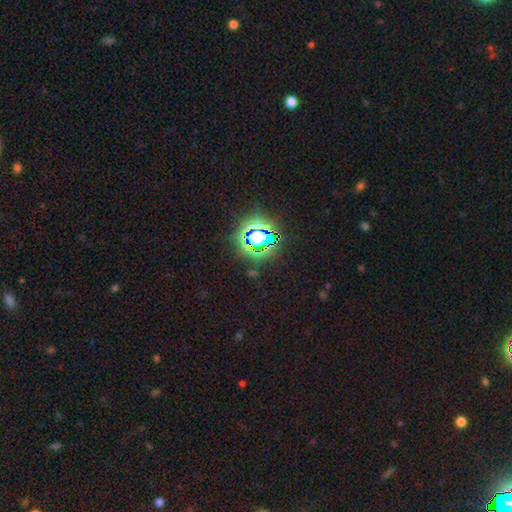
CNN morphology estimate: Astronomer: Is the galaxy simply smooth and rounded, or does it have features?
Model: star or artifact — 80%.